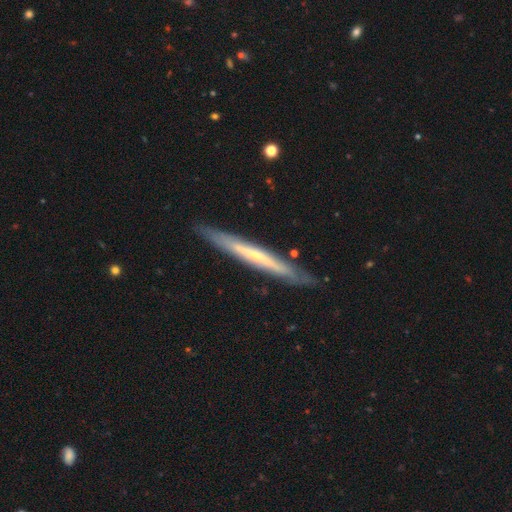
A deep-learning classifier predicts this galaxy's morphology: Smooth or featured: featured or disk — 65% (smooth — 30%)
Edge-on disk: yes — 92% (no — 8%)
Edge-on bulge: none — 56% (rounded — 39%)
Merging: none — 86% (minor disturbance — 11%)